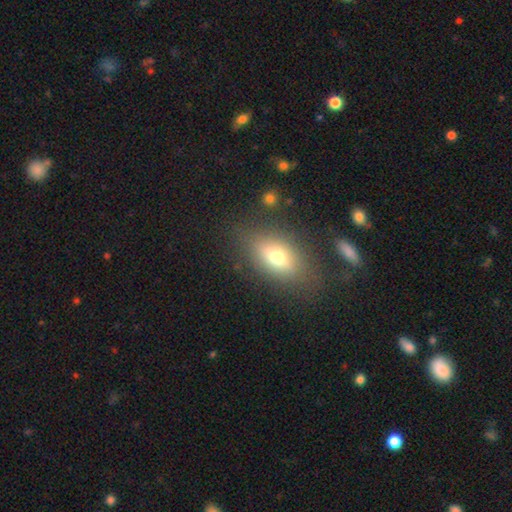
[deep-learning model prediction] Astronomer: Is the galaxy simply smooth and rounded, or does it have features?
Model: smooth — 65%.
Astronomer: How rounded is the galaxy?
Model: in between — 82%.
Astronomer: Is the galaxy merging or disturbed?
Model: none — 80%.